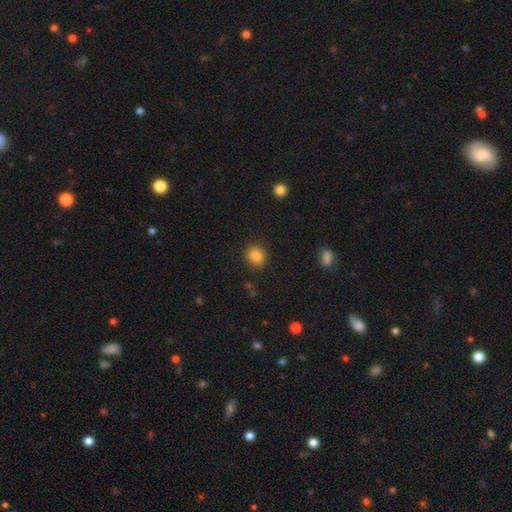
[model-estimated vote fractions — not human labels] smooth 85%, star or artifact 10%, featured or disk 5%. Down the decision tree: how rounded — round (74%); merging — none (89%).